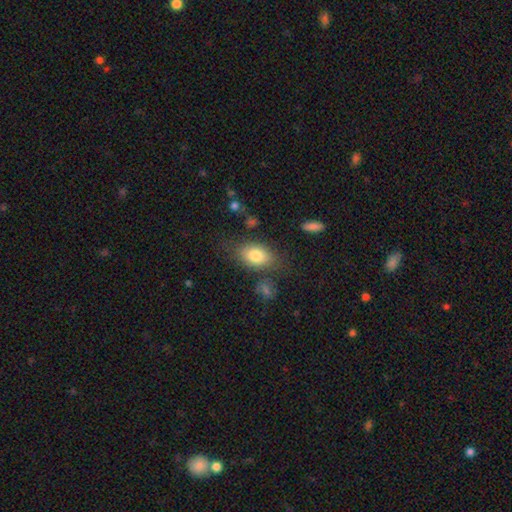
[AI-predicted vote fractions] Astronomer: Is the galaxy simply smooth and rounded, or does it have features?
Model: smooth — 80%.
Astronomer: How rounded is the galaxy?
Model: in between — 85%.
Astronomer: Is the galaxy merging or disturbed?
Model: none — 71%.